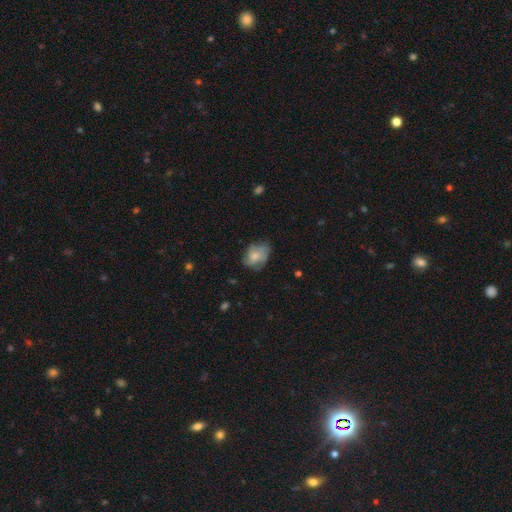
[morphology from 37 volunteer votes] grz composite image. It shows a smooth galaxy with no disk features (68%) that is in between round and cigar-shaped (68%). Merging: none (47%).